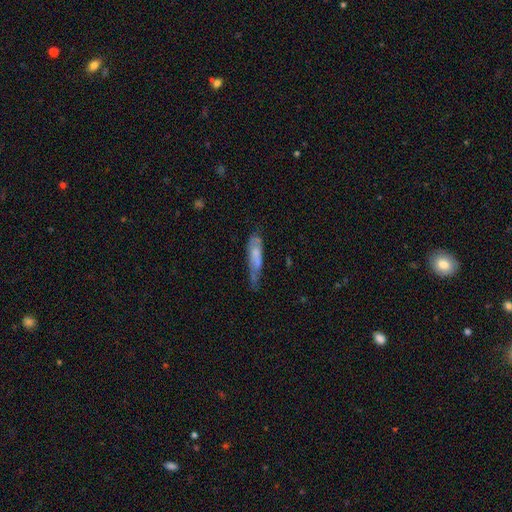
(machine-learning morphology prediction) Smooth or featured? Predicted: smooth (p=0.54). How rounded? Predicted: cigar-shaped (p=0.71). Merging? Predicted: none (p=0.40).